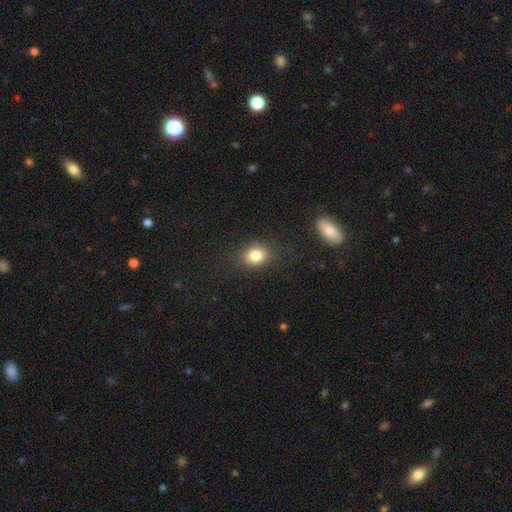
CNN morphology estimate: smooth 83%, star or artifact 11%, featured or disk 7%. Down the decision tree: how rounded — round (50%); merging — none (83%).